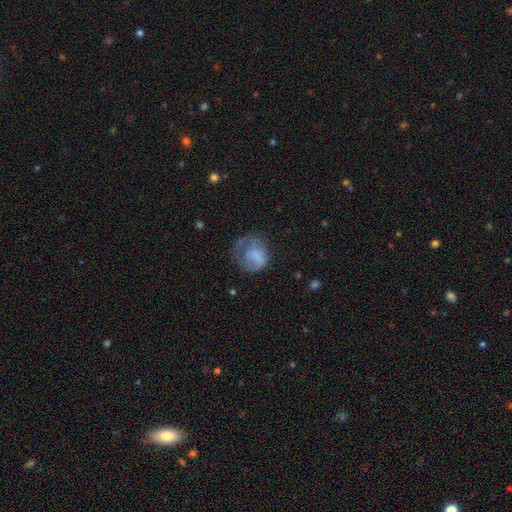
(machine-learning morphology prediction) This is likely a smooth galaxy (61%). How rounded: likely round (68%). Merging: marginally major disturbance (41%).